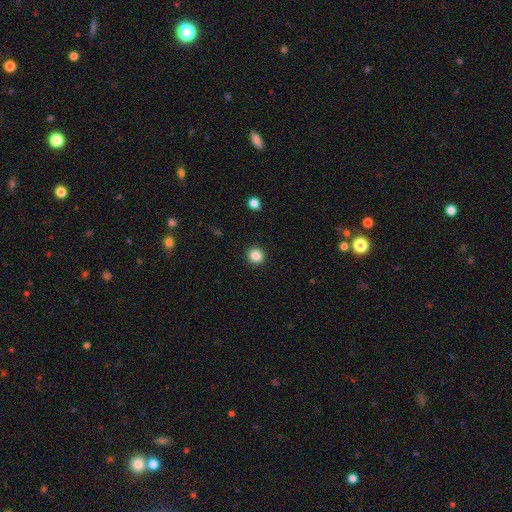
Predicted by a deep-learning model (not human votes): A smooth galaxy with no disk features (86%) that is round (91%). Merging: none (92%).